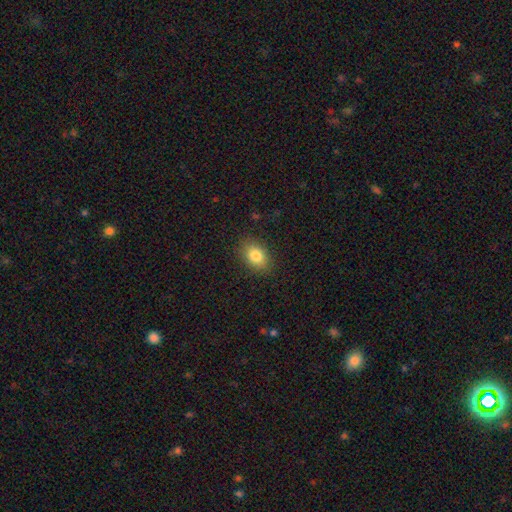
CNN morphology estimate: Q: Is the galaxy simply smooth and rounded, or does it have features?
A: smooth — 83%.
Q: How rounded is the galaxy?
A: in between — 75%.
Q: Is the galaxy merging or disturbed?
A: none — 86%.